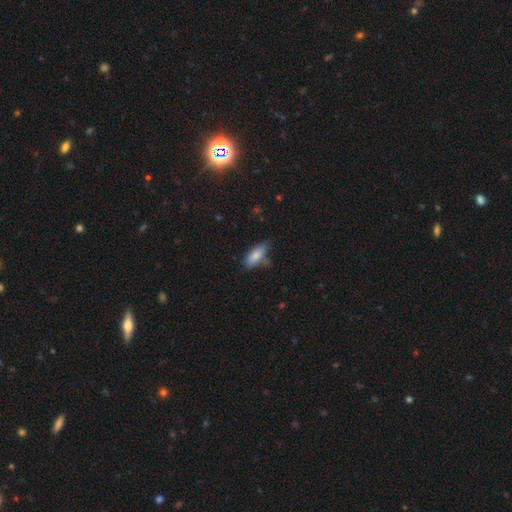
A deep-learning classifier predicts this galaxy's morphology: smooth-or-featured: smooth: 82% | featured or disk: 11% | star or artifact: 7%
  how-rounded: in between: 79% | cigar-shaped: 19% | round: 2%
  merging: none: 61% | minor disturbance: 26% | merger: 6% | major disturbance: 6%